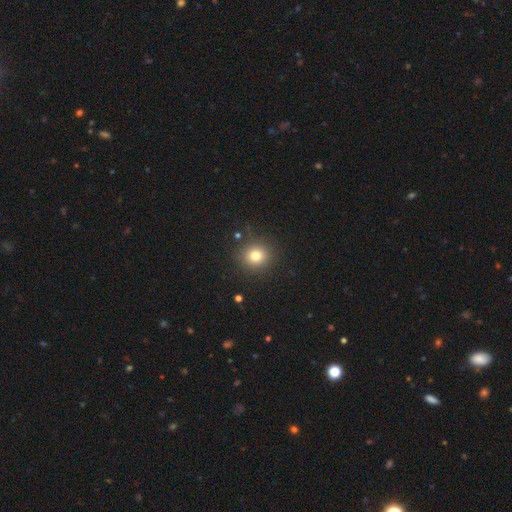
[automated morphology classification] A smooth galaxy with no disk features (78%) that is round (89%).

Vote fractions:
- Smooth or featured? smooth: 78% / star or artifact: 14% / featured or disk: 8%
- How rounded? round: 89% / in between: 10% / cigar-shaped: 1%
- Merging? none: 88% / minor disturbance: 7% / major disturbance: 3% / merger: 2%